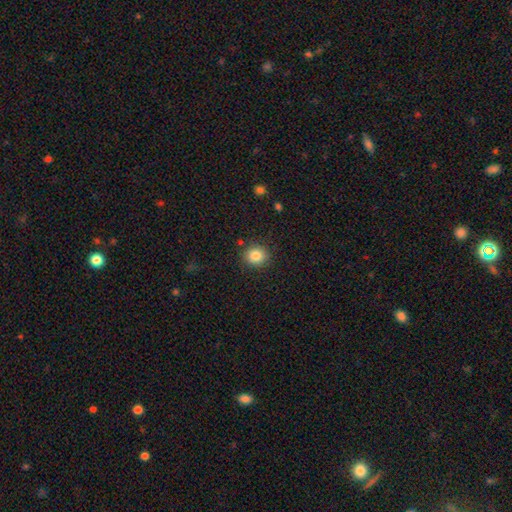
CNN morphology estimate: type=smooth (84%); roundness=round (78%); merging=none (87%).